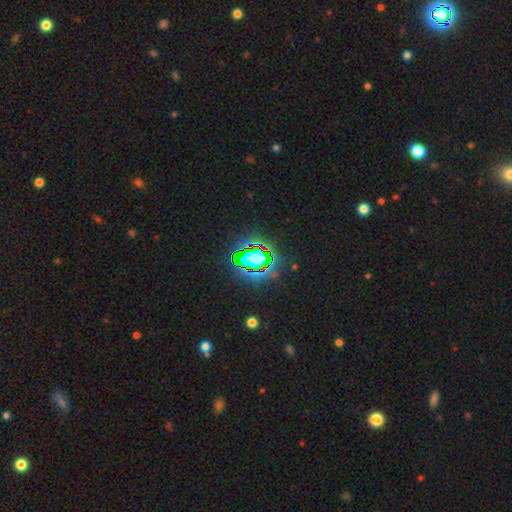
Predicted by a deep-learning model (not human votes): Q: Smooth or featured?
A: star or artifact (68%); runner-up: smooth (19%)